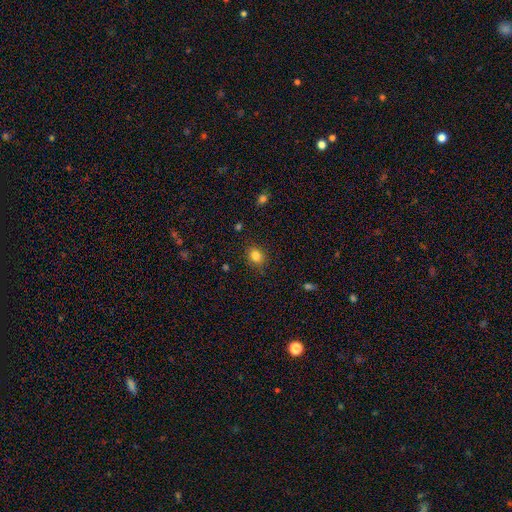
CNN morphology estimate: A smooth galaxy with no disk features (83%) that is round (58%). Merging: none (88%).